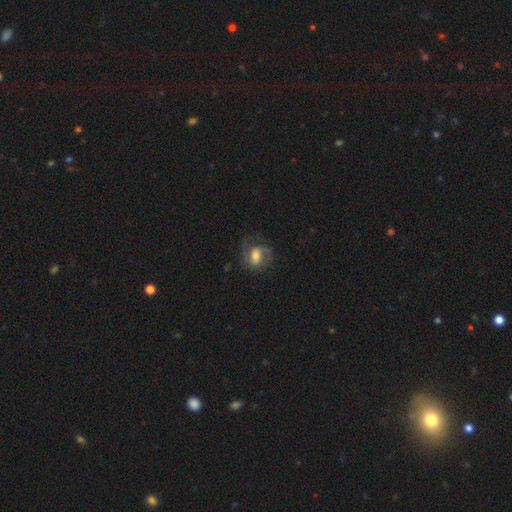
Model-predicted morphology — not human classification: Q: Smooth or featured?
A: featured or disk (63%); runner-up: smooth (29%)
Q: Edge-on disk?
A: no (97%); runner-up: yes (3%)
Q: Bar?
A: weak (45%); runner-up: no (32%)
Q: Spiral arms?
A: yes (87%); runner-up: no (13%)
Q: Spiral winding?
A: medium (50%); runner-up: loose (25%)
Q: Spiral arm count?
A: 2 (74%); runner-up: can't tell (10%)
Q: Bulge size?
A: moderate (48%); runner-up: large (26%)
Q: Merging?
A: none (58%); runner-up: minor disturbance (21%)